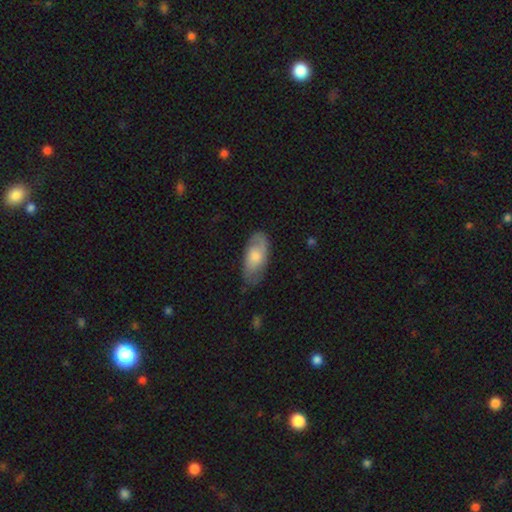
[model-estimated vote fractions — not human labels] A smooth galaxy with no disk features (56%) that is in between round and cigar-shaped (88%).

Vote fractions:
- Smooth or featured? smooth: 56% / featured or disk: 38% / star or artifact: 6%
- How rounded? in between: 88% / cigar-shaped: 8% / round: 3%
- Merging? none: 69% / minor disturbance: 24% / major disturbance: 6% / merger: 1%